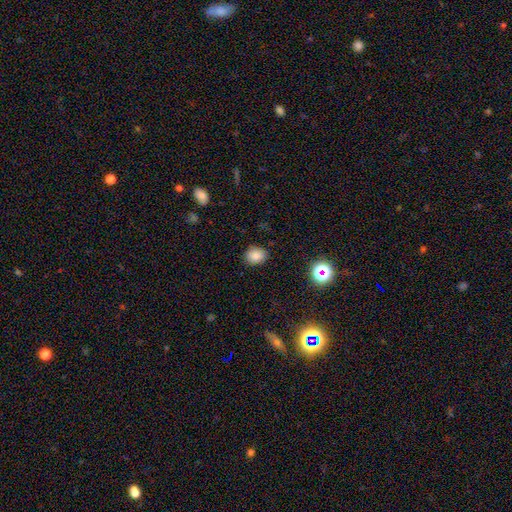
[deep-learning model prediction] Smooth or featured? Predicted: smooth (p=0.82). How rounded? Predicted: round (p=0.51). Merging? Predicted: none (p=0.87).